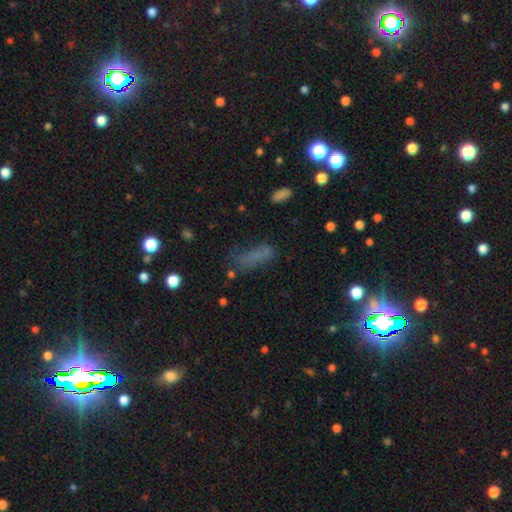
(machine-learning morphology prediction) smooth_or_featured: smooth (p=0.57) [alt: star or artifact p=0.26]
how_rounded: in between (p=0.53) [alt: cigar-shaped p=0.41]
merging: none (p=0.52) [alt: minor disturbance p=0.23]